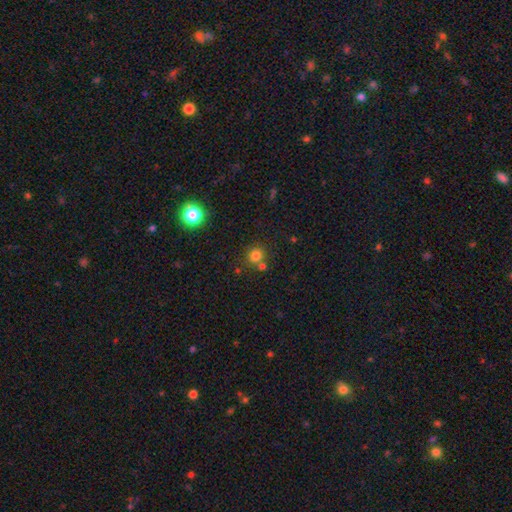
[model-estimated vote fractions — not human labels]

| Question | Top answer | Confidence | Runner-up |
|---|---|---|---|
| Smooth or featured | smooth | 77% | star or artifact (16%) |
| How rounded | round | 84% | in between (15%) |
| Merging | none | 69% | merger (18%) |